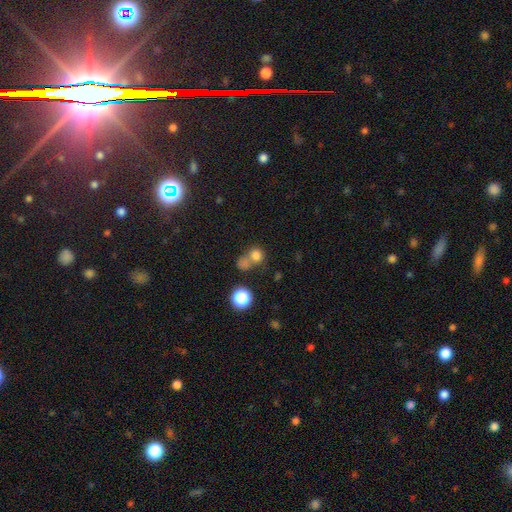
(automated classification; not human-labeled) Smooth or featured: smooth — 76% (star or artifact — 16%)
How rounded: round — 83% (in between — 16%)
Merging: merger — 45% (none — 42%)